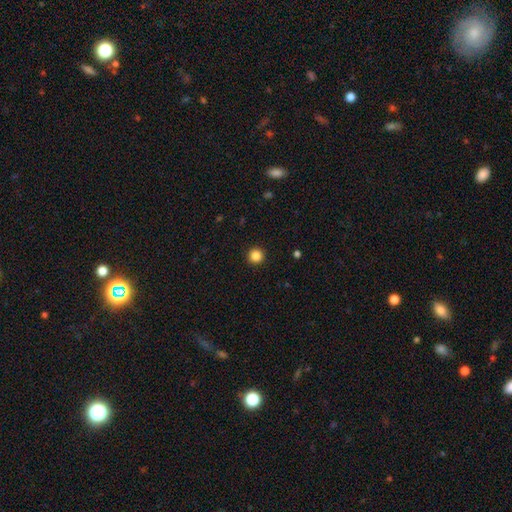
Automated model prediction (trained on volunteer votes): A smooth galaxy with no disk features (85%) that is round (96%). Merging: none (93%).